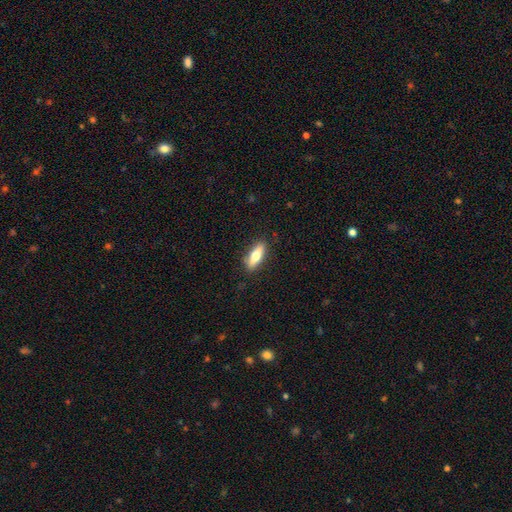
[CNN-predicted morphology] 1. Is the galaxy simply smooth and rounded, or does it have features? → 65% smooth, 29% featured or disk, 6% star or artifact.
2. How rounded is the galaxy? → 55% in between, 43% cigar-shaped, 3% round.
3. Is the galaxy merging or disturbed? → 86% none, 10% minor disturbance, 2% major disturbance, 1% merger.